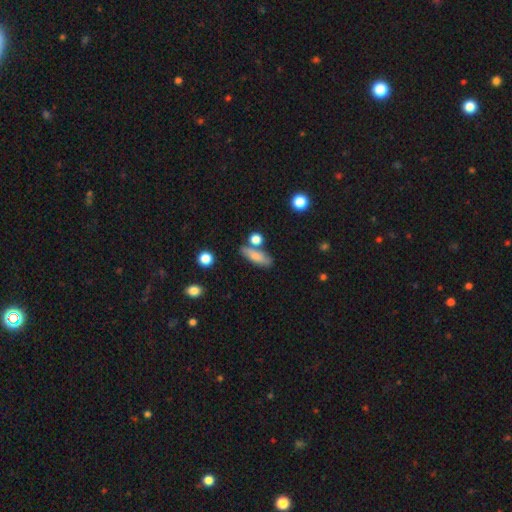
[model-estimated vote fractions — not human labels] smooth-or-featured: smooth: 74% | featured or disk: 18% | star or artifact: 8%
  how-rounded: in between: 51% | cigar-shaped: 43% | round: 6%
  merging: none: 67% | merger: 15% | minor disturbance: 14% | major disturbance: 4%